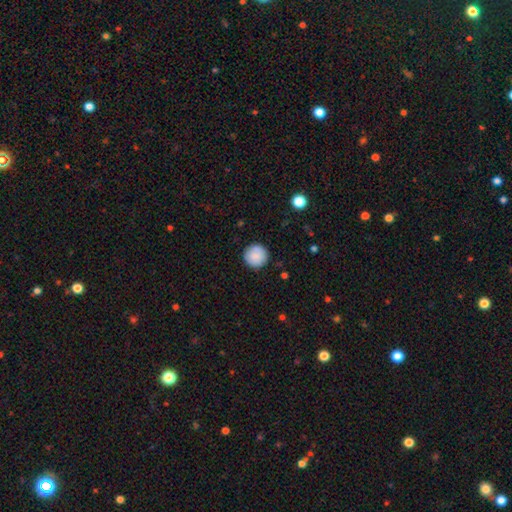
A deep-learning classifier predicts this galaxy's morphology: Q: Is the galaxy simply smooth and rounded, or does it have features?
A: smooth — 88%.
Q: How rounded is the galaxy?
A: round — 96%.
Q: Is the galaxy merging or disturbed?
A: none — 91%.